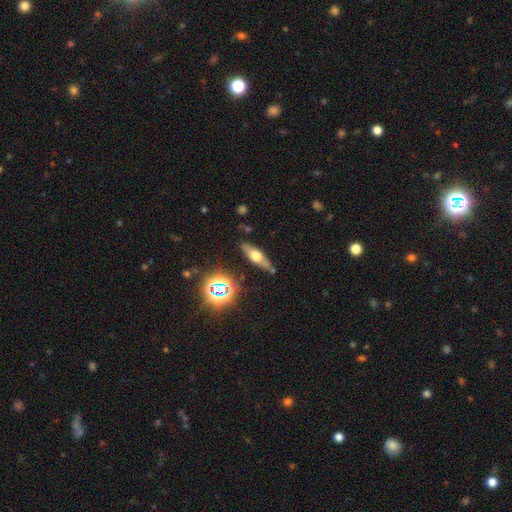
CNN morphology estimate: Smooth or featured?
  - featured or disk: 45% *
  - smooth: 41%
  - star or artifact: 13%
Merging?
  - none: 79% *
  - minor disturbance: 14%
  - merger: 4%
  - major disturbance: 4%